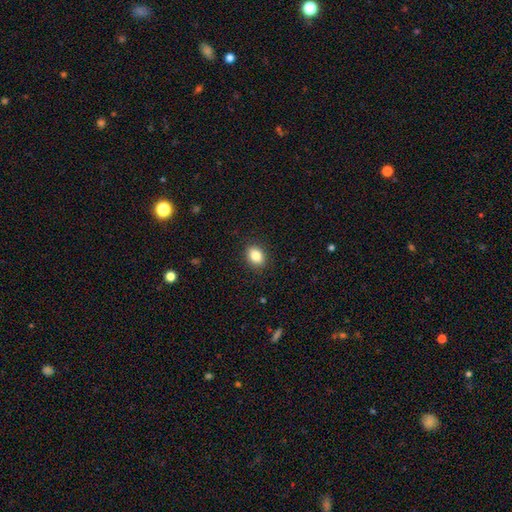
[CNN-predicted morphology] Overall: smooth (85%). How rounded: in between (67%; round 31%). Merging: none (90%).